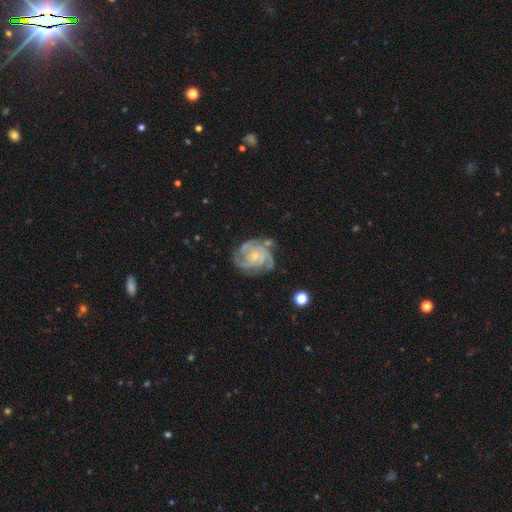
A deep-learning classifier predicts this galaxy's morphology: Smooth or featured? Predicted: featured or disk (p=0.89). Edge-on disk? Predicted: no (p=0.98). Bar? Predicted: no (p=0.71). Spiral arms? Predicted: yes (p=0.98). Spiral winding? Predicted: tight (p=0.65). Spiral arm count? Predicted: 3 (p=0.40). Bulge size? Predicted: small (p=0.69). Merging? Predicted: none (p=0.69).